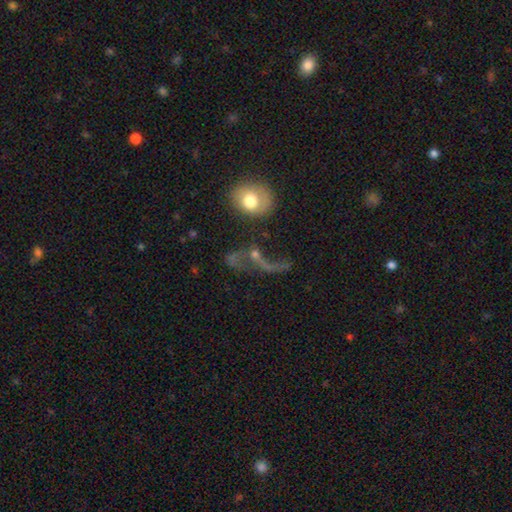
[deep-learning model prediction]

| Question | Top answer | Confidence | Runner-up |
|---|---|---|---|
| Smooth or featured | featured or disk | 53% | smooth (29%) |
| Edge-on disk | no | 93% | yes (7%) |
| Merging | major disturbance | 42% | none (28%) |